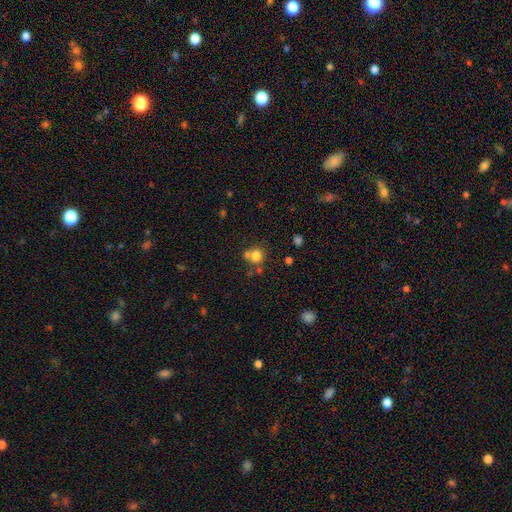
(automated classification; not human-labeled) A smooth galaxy with no disk features (78%) that is round (85%). Merging: none (54%).